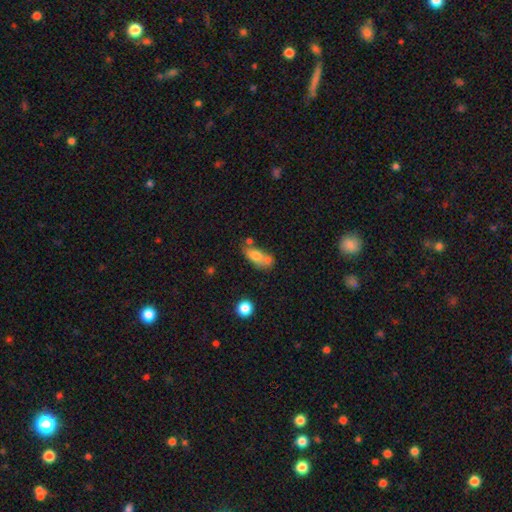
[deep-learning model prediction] smooth 70%, featured or disk 20%, star or artifact 9%. Down the decision tree: how rounded — in between (81%); merging — none (36%, tied with merger).